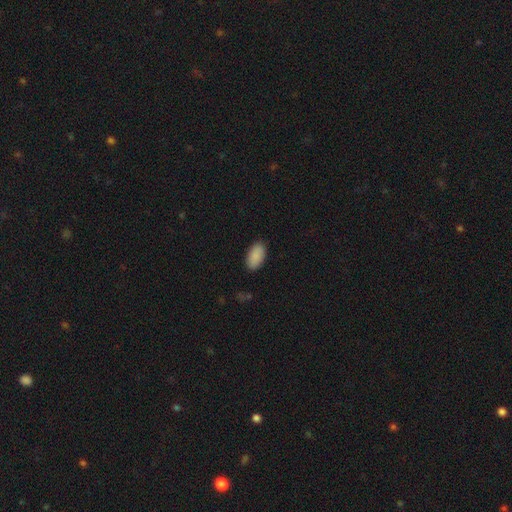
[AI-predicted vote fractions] This appears to be a smooth galaxy with no disk features (90%) that is in between round and cigar-shaped (95%). Merging: none (89%).